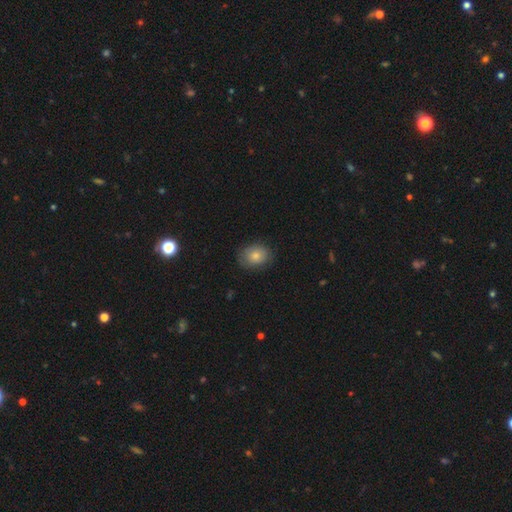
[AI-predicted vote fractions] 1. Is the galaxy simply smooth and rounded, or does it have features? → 81% smooth, 11% featured or disk, 8% star or artifact.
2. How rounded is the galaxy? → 54% in between, 46% round, 1% cigar-shaped.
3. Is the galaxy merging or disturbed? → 81% none, 14% minor disturbance, 3% major disturbance, 1% merger.